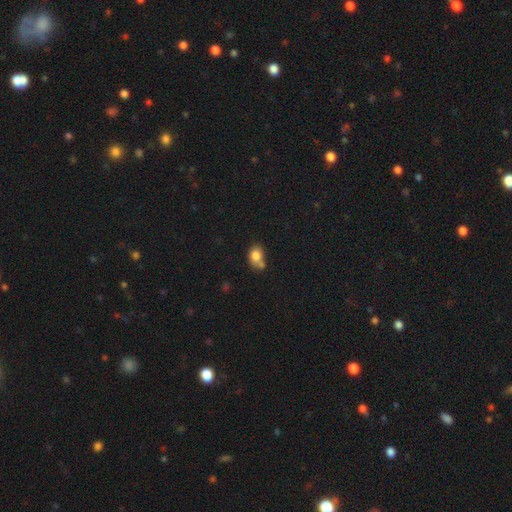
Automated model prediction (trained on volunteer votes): A smooth galaxy with no disk features (80%) that is in between round and cigar-shaped (59%). Merging: none (43%).